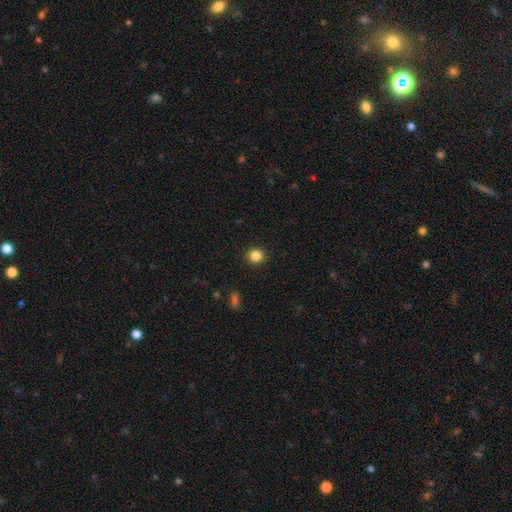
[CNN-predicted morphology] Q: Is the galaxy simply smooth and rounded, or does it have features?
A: smooth — 84%.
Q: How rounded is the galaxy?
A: round — 91%.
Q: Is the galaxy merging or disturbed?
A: none — 92%.